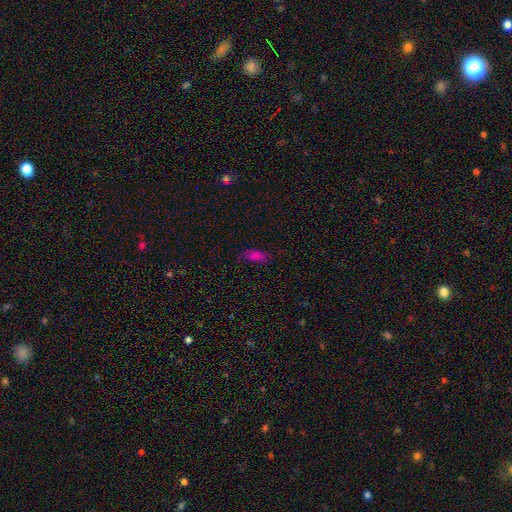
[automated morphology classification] Smooth or featured: smooth — 77% (star or artifact — 15%)
How rounded: in between — 85% (cigar-shaped — 11%)
Merging: none — 71% (minor disturbance — 22%)